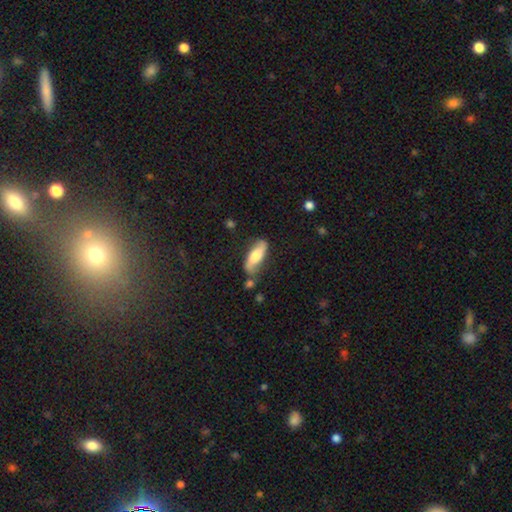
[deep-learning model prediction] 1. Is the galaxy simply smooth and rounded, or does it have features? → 52% smooth, 41% featured or disk, 6% star or artifact.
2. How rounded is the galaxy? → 61% in between, 37% cigar-shaped, 3% round.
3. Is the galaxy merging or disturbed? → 65% none, 21% minor disturbance, 7% major disturbance, 7% merger.